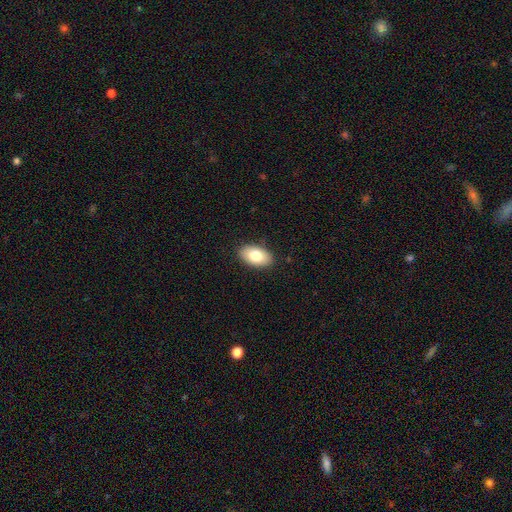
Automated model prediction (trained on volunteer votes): Q: Smooth or featured?
A: smooth (81%); runner-up: featured or disk (12%)
Q: How rounded?
A: in between (93%); runner-up: round (5%)
Q: Merging?
A: none (88%); runner-up: minor disturbance (9%)